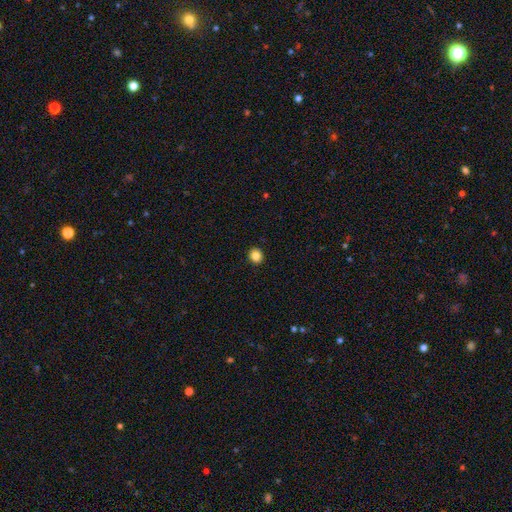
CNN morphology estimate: smooth 85%, star or artifact 11%, featured or disk 5%. Down the decision tree: how rounded — round (82%); merging — none (92%).